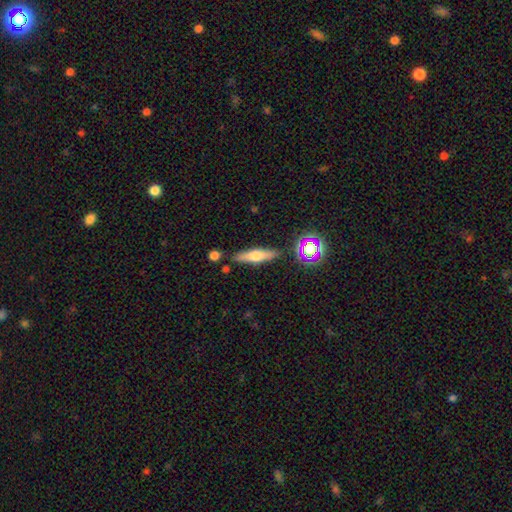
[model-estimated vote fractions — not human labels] Smooth or featured? smooth (47%)
Merging? none (83%)